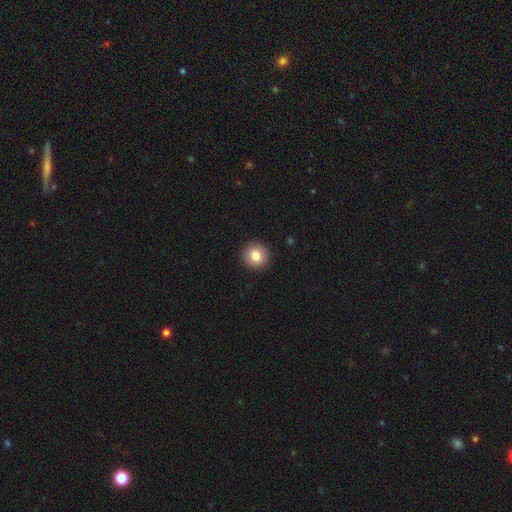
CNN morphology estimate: Smooth or featured? smooth (83%)
How rounded? round (93%)
Merging? none (92%)